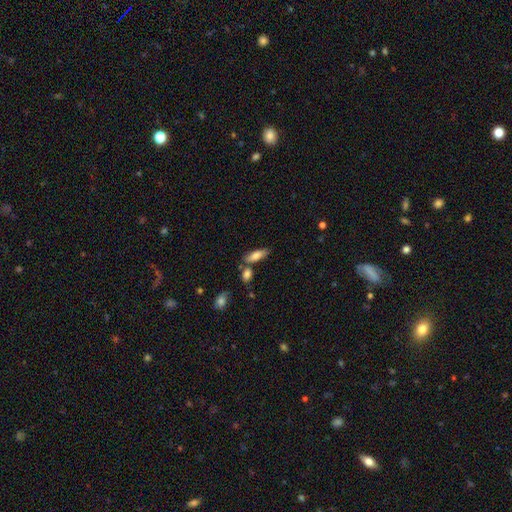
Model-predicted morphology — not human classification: smooth-or-featured: smooth: 78% | featured or disk: 15% | star or artifact: 7%
  how-rounded: in between: 59% | cigar-shaped: 39% | round: 2%
  merging: none: 68% | merger: 15% | minor disturbance: 14% | major disturbance: 3%